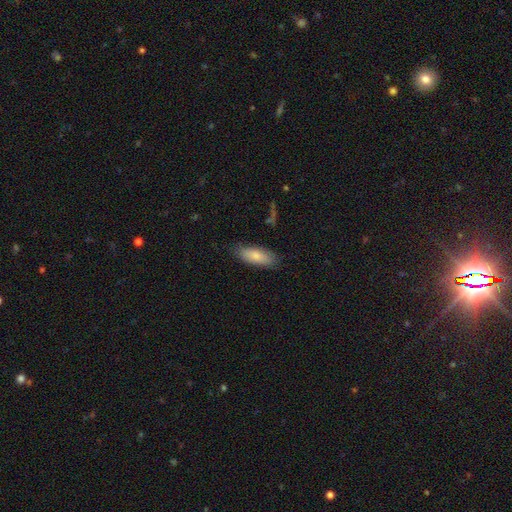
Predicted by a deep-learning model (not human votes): smooth 80%, featured or disk 14%, star or artifact 6%. Down the decision tree: how rounded — in between (76%); merging — none (81%).